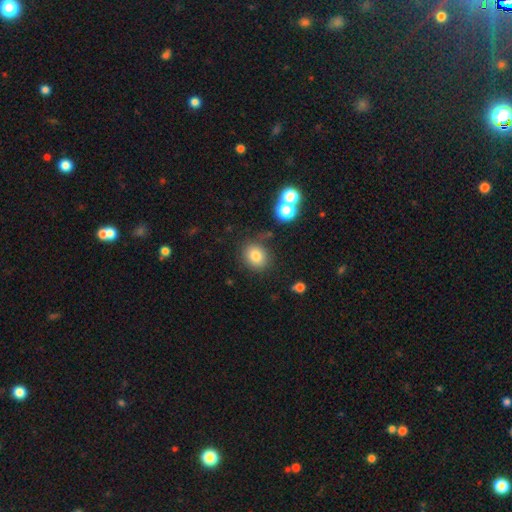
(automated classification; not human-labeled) Morphology: type=smooth (80%); roundness=round (67%); merging=none (78%).